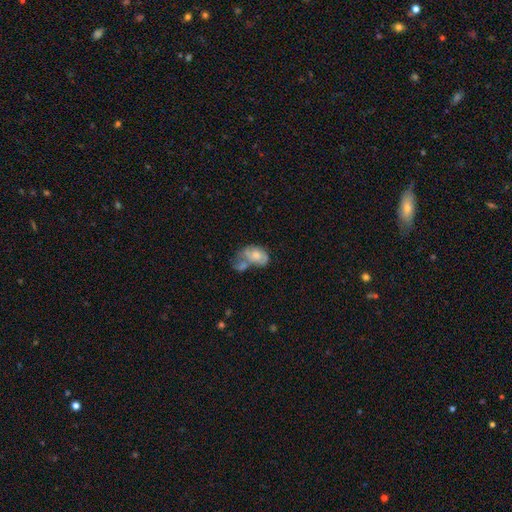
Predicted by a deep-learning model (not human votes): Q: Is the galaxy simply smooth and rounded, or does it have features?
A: smooth — 53%.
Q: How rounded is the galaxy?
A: in between — 84%.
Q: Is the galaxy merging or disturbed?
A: merger — 48%.